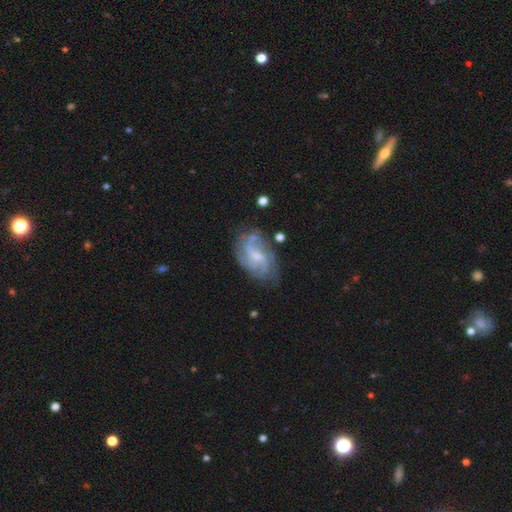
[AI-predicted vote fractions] This is likely a featured or disk galaxy (80%). It is clearly not viewed edge-on (97%). Bar: possibly weak (56%). Spiral arm pattern: clearly yes (90%). Spiral arm count: marginally 2 (39%). Spiral winding: marginally medium (41%). Central bulge: possibly small (55%). Merging: likely none (64%).